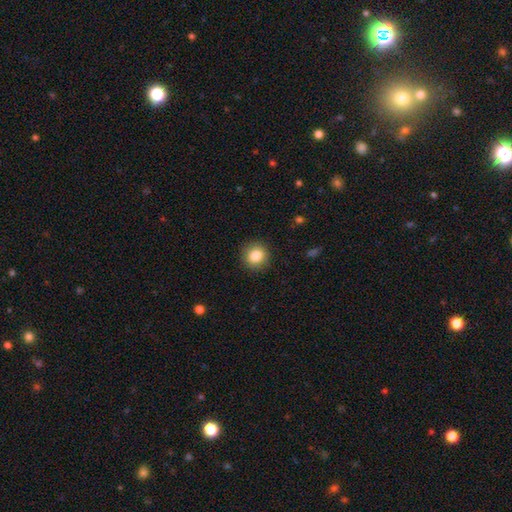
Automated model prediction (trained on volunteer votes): Overall: smooth (85%). How rounded: round (91%). Merging: none (90%).